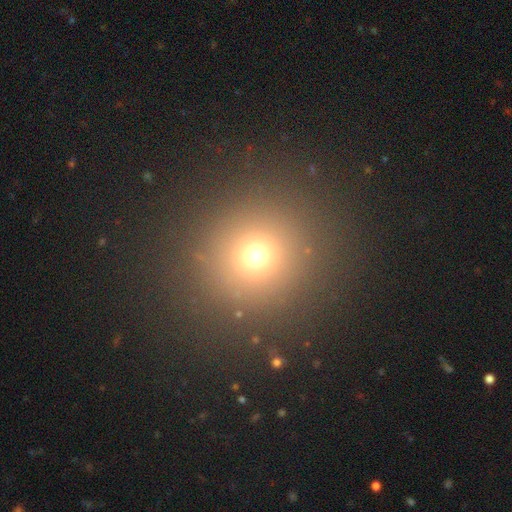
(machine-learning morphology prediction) A smooth galaxy with no disk features (69%) that is round (92%).

Vote fractions:
- Smooth or featured? smooth: 69% / star or artifact: 22% / featured or disk: 8%
- How rounded? round: 92% / in between: 7% / cigar-shaped: 1%
- Merging? none: 88% / minor disturbance: 6% / major disturbance: 4% / merger: 2%